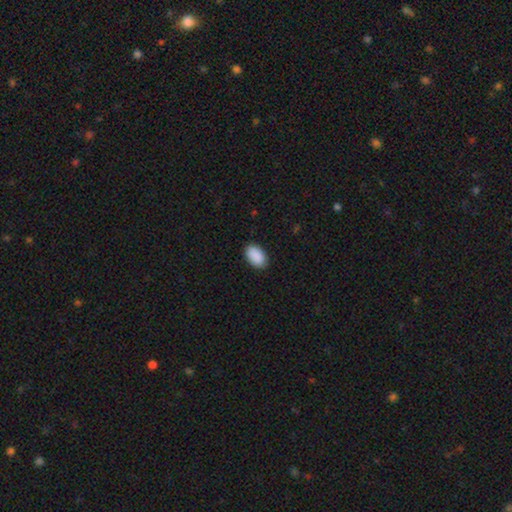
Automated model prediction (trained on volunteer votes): A smooth galaxy with no disk features (91%) that is in between round and cigar-shaped (93%). Merging: none (88%).